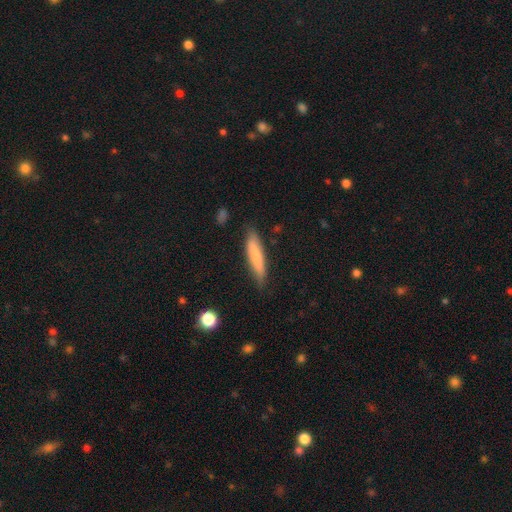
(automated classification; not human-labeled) This appears to be a smooth galaxy with no disk features (74%) that is cigar-shaped (86%). Merging: none (81%).